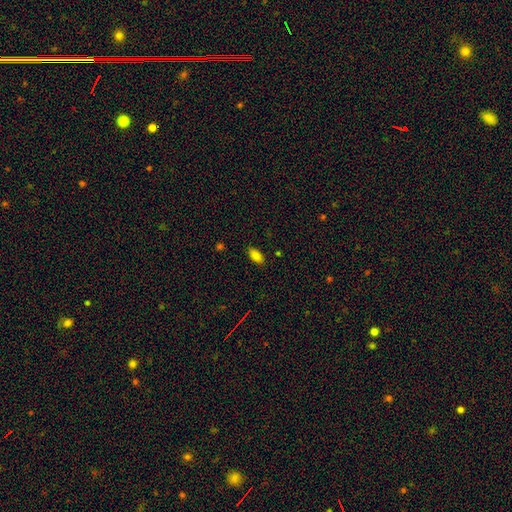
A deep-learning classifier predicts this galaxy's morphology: Smooth or featured? Predicted: smooth (p=0.80). How rounded? Predicted: in between (p=0.91). Merging? Predicted: none (p=0.85).